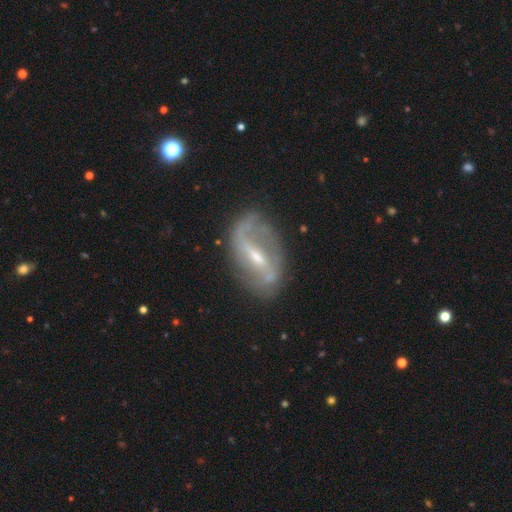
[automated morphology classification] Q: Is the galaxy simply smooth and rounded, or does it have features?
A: featured or disk — 80%.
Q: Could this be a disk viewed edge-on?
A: no — 93%.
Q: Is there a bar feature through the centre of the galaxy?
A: strong — 45%.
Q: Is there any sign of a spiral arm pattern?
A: yes — 81%.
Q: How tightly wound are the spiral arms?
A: loose — 47%.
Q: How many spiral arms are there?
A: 2 — 70%.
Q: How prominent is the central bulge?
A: small — 50%.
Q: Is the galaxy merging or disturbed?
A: none — 68%.